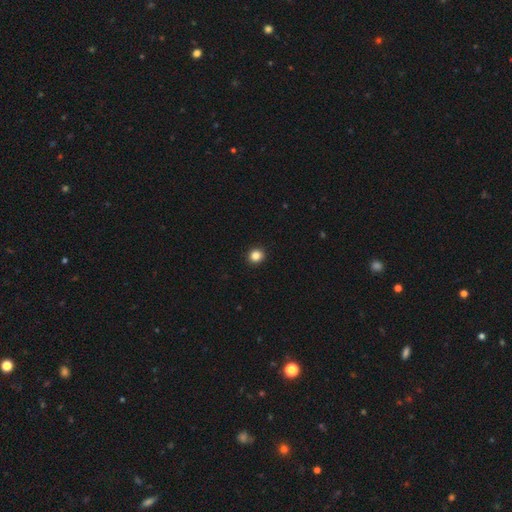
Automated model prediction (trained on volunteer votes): Overall: smooth (85%). How rounded: round (89%). Merging: none (93%).